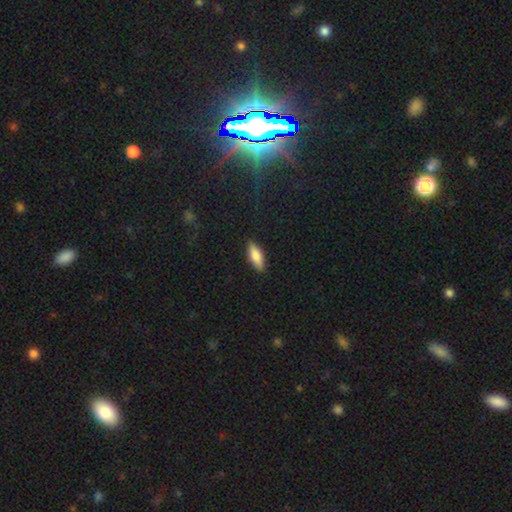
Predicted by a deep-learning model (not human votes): smooth-or-featured: smooth: 77% | featured or disk: 16% | star or artifact: 6%
  how-rounded: in between: 64% | cigar-shaped: 34% | round: 2%
  merging: none: 88% | minor disturbance: 9% | major disturbance: 2% | merger: 1%